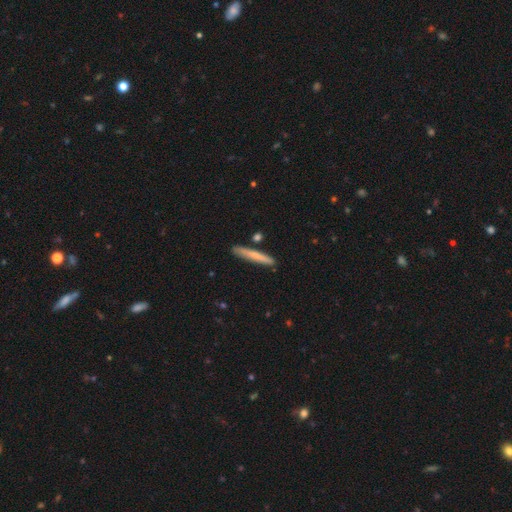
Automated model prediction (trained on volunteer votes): Smooth or featured? Predicted: smooth (p=0.69). How rounded? Predicted: cigar-shaped (p=0.95). Merging? Predicted: none (p=0.86).